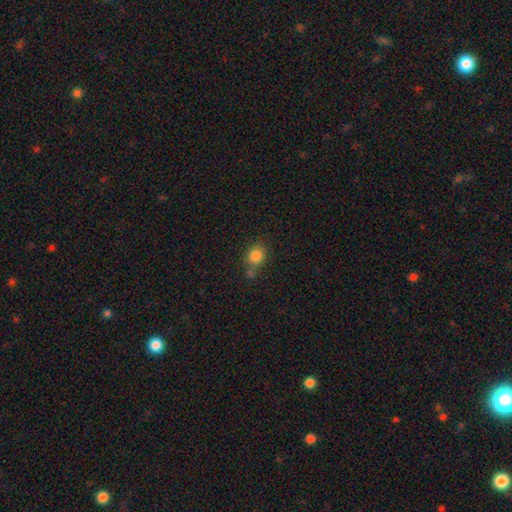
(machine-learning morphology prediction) smooth-or-featured: smooth: 83% | star or artifact: 10% | featured or disk: 6%
  how-rounded: round: 63% | in between: 35% | cigar-shaped: 1%
  merging: none: 58% | merger: 20% | minor disturbance: 17% | major disturbance: 5%